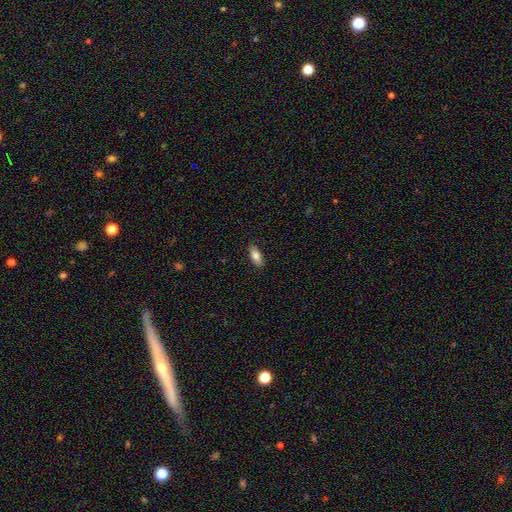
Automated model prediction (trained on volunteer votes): Q: Smooth or featured?
A: smooth (82%); runner-up: featured or disk (11%)
Q: How rounded?
A: in between (85%); runner-up: cigar-shaped (12%)
Q: Merging?
A: none (88%); runner-up: minor disturbance (9%)